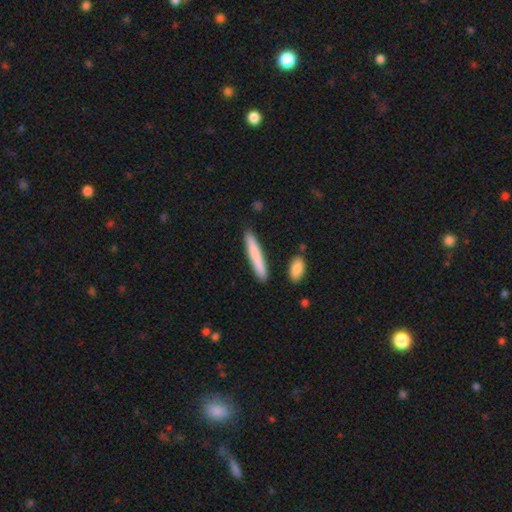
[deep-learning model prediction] smooth 79%, featured or disk 16%, star or artifact 5%. Down the decision tree: how rounded — cigar-shaped (94%); merging — none (89%).